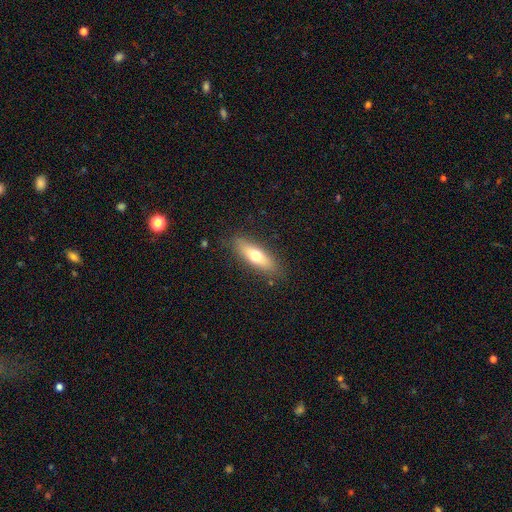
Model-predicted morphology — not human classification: smooth-or-featured: smooth: 62% | featured or disk: 31% | star or artifact: 7%
  how-rounded: cigar-shaped: 50% | in between: 47% | round: 3%
  merging: none: 84% | minor disturbance: 12% | major disturbance: 3% | merger: 1%